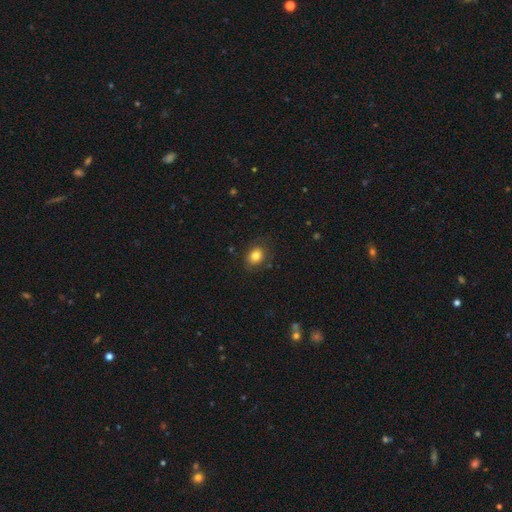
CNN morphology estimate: type=smooth (81%); roundness=in between (50%); merging=none (81%).